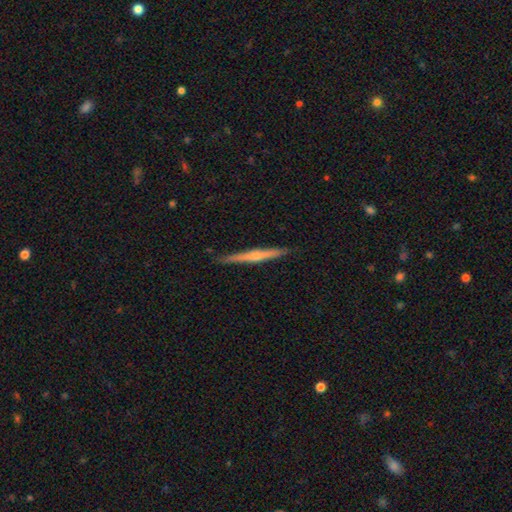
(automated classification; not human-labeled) smooth_or_featured: featured or disk (p=0.59) [alt: smooth p=0.35]
disk_edge_on: yes (p=0.98) [alt: no p=0.02]
edge_on_bulge: rounded (p=0.56) [alt: none p=0.37]
merging: none (p=0.90) [alt: minor disturbance p=0.08]